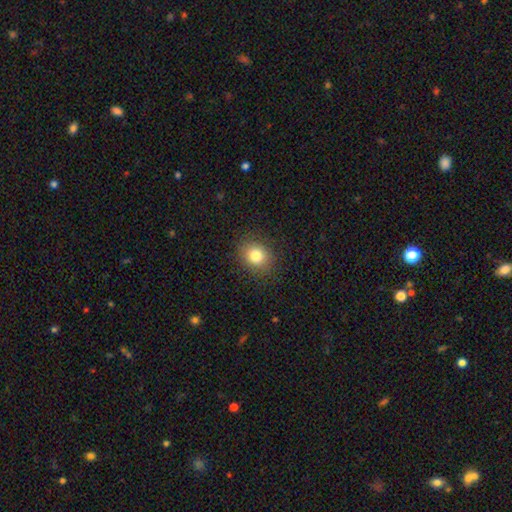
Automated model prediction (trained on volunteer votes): smooth_or_featured: smooth (p=0.80) [alt: star or artifact p=0.12]
how_rounded: round (p=0.68) [alt: in between p=0.31]
merging: none (p=0.87) [alt: minor disturbance p=0.09]